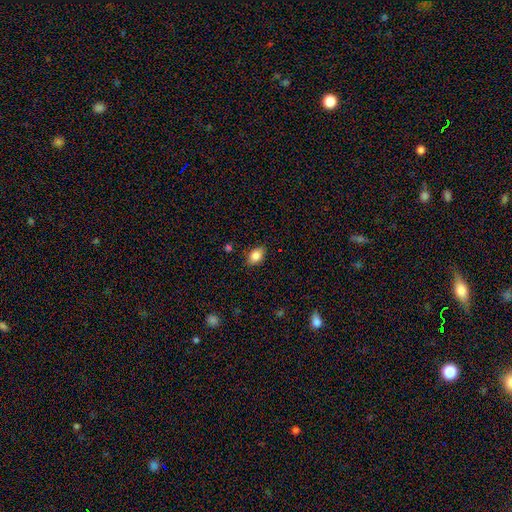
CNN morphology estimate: Smooth or featured?
  - smooth: 86% *
  - star or artifact: 8%
  - featured or disk: 6%
How rounded?
  - in between: 83% *
  - round: 16%
  - cigar-shaped: 2%
Merging?
  - none: 84% *
  - minor disturbance: 12%
  - major disturbance: 3%
  - merger: 1%